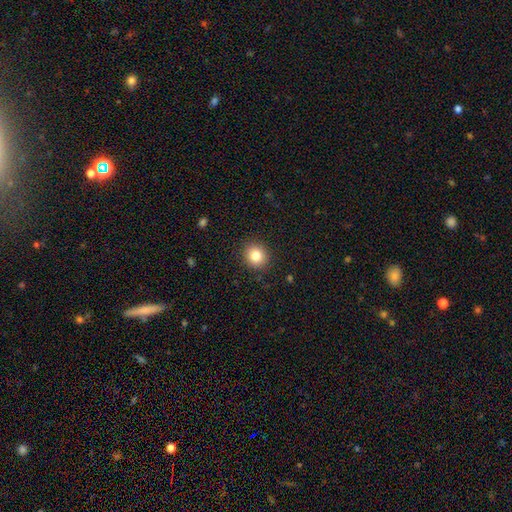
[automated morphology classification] A smooth galaxy with no disk features (82%) that is round (84%). Merging: none (90%).